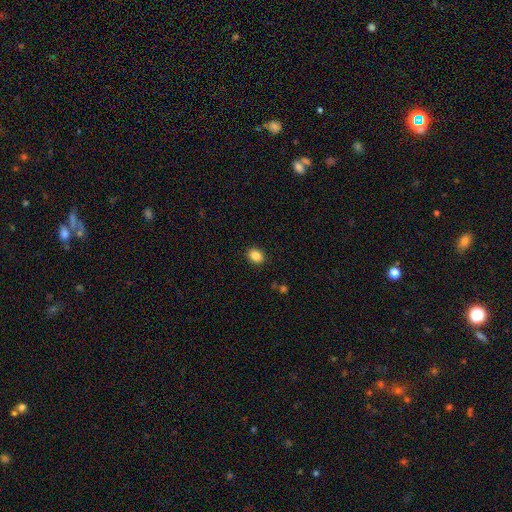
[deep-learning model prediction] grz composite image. It shows a smooth galaxy with no disk features (87%) that is in between round and cigar-shaped (59%). Merging: none (90%).